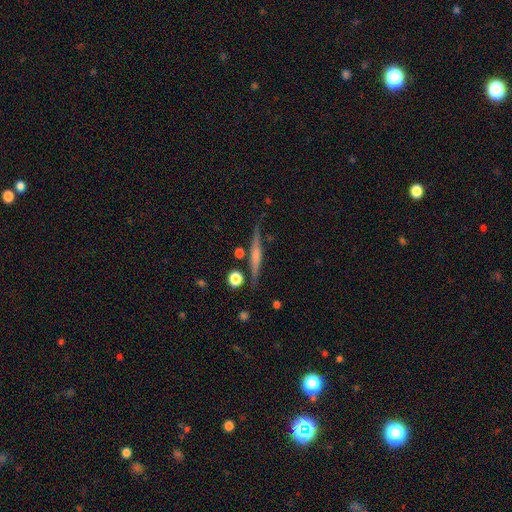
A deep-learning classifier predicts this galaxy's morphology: Overall: featured or disk (64%; smooth 29%). Edge-on disk: yes (96%). Edge-on bulge: rounded (46%; none 35%). Merging: none (82%).